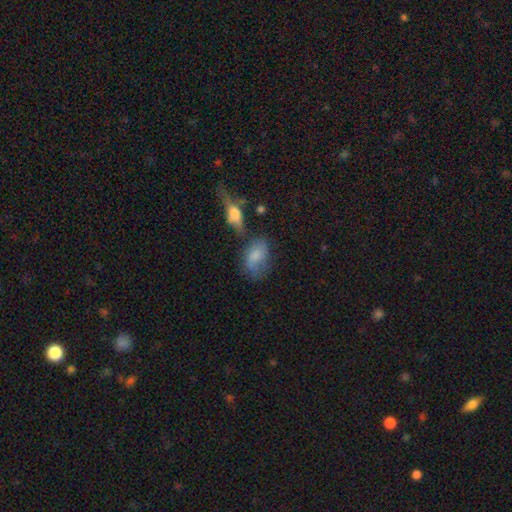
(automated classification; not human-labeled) Overall: smooth (69%). How rounded: in between (88%). Merging: none (42%; minor disturbance 28%).